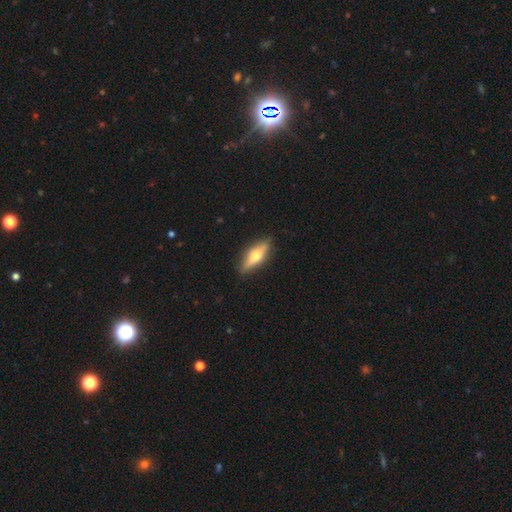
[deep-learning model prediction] Morphology: type=featured or disk (50%); merging=none (86%).